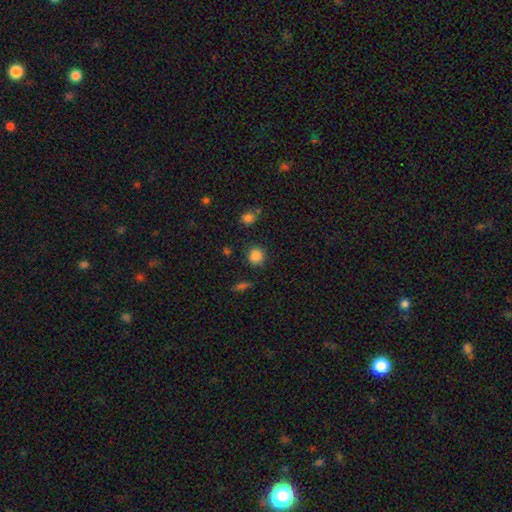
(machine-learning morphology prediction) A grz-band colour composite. It shows a smooth galaxy with no disk features (85%) that is round (91%). Merging: none (85%).